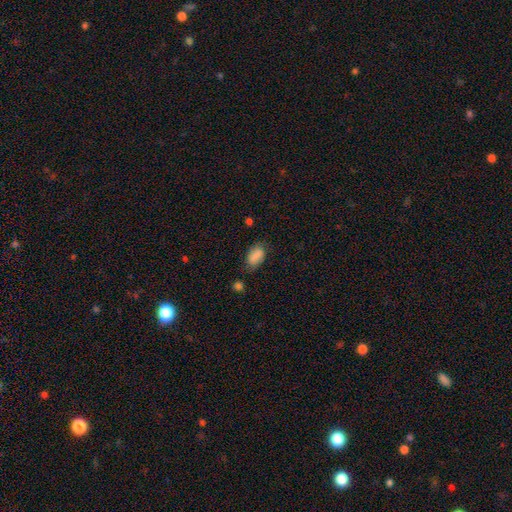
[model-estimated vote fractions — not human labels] smooth 85%, star or artifact 8%, featured or disk 7%. Down the decision tree: how rounded — in between (92%); merging — none (63%).